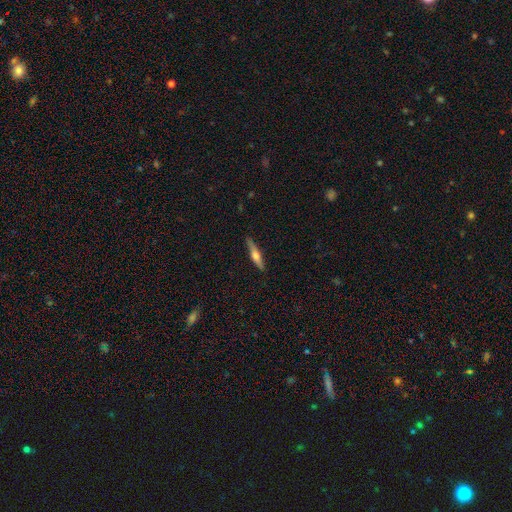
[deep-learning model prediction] featured or disk 57%, smooth 38%, star or artifact 6%. Down the decision tree: edge-on disk — yes (96%); edge-on bulge — rounded (89%); merging — none (87%).